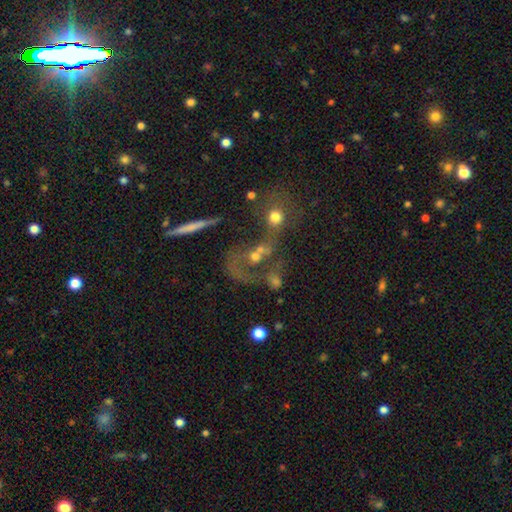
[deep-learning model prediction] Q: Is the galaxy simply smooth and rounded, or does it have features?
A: featured or disk — 47%.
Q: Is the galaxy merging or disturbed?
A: merger — 45%.